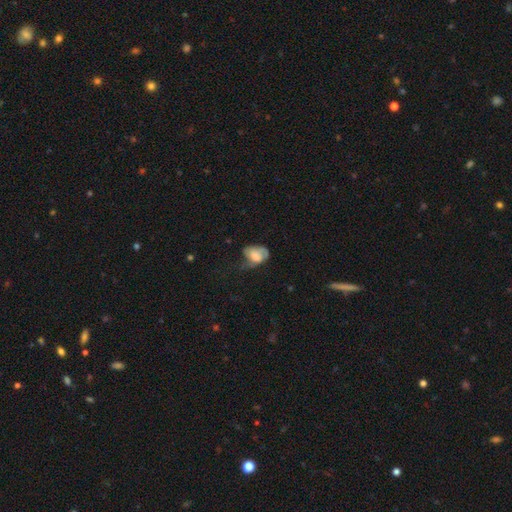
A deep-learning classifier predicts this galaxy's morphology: smooth_or_featured: smooth (p=0.58) [alt: featured or disk p=0.34]
how_rounded: in between (p=0.79) [alt: round p=0.19]
merging: major disturbance (p=0.34) [tied with: minor disturbance p=0.34]